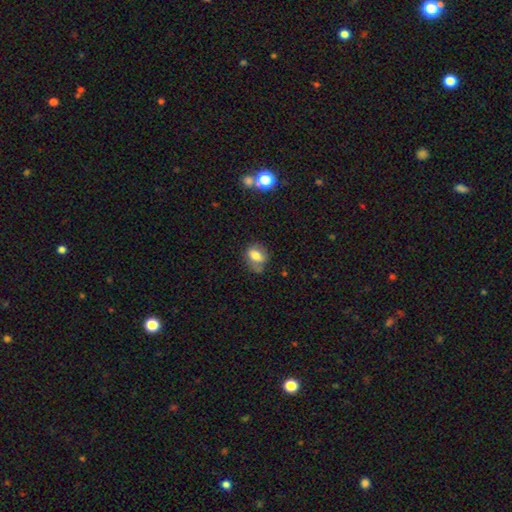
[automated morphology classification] smooth_or_featured: smooth (p=0.72) [alt: featured or disk p=0.18]
how_rounded: in between (p=0.64) [alt: round p=0.34]
merging: none (p=0.58) [alt: minor disturbance p=0.27]